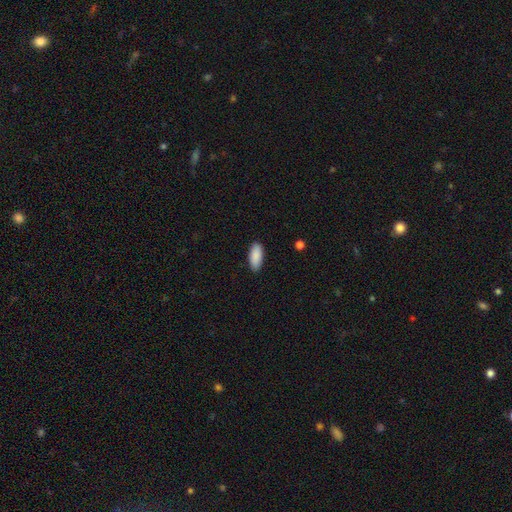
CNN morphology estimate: Smooth or featured: smooth — 90% (star or artifact — 6%)
How rounded: in between — 87% (cigar-shaped — 11%)
Merging: none — 88% (minor disturbance — 9%)